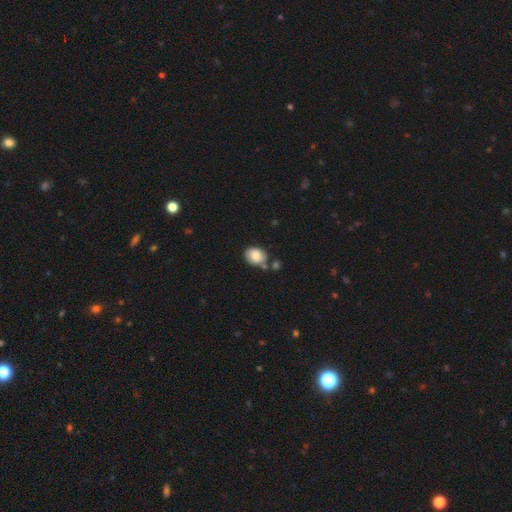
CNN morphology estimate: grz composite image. It shows a smooth galaxy with no disk features (81%) that is in between round and cigar-shaped (53%). Merging: none (60%).